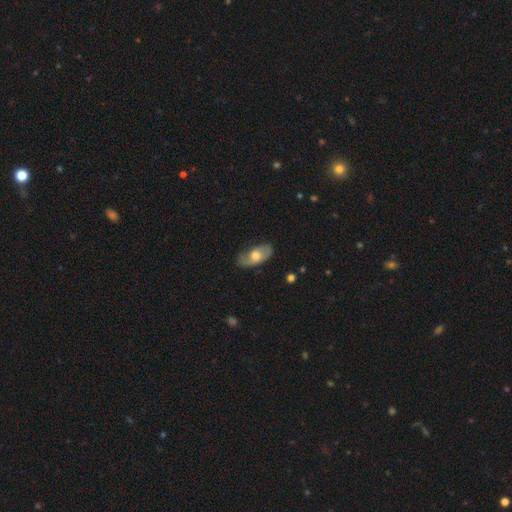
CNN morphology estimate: smooth-or-featured: smooth: 52% | featured or disk: 42% | star or artifact: 6%
  how-rounded: in between: 90% | round: 5% | cigar-shaped: 5%
  merging: none: 73% | minor disturbance: 20% | major disturbance: 6% | merger: 1%